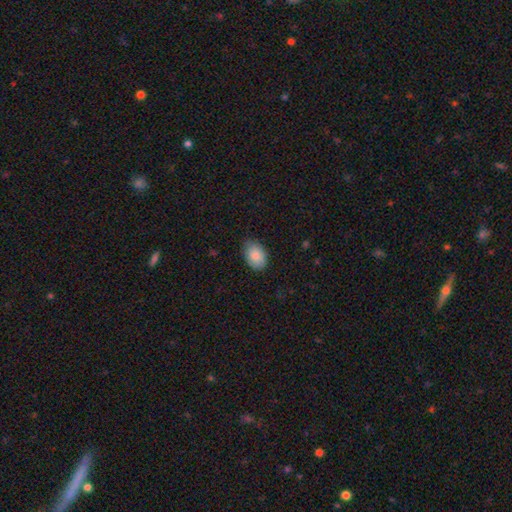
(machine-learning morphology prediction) Overall: smooth (85%). How rounded: in between (82%). Merging: none (75%).